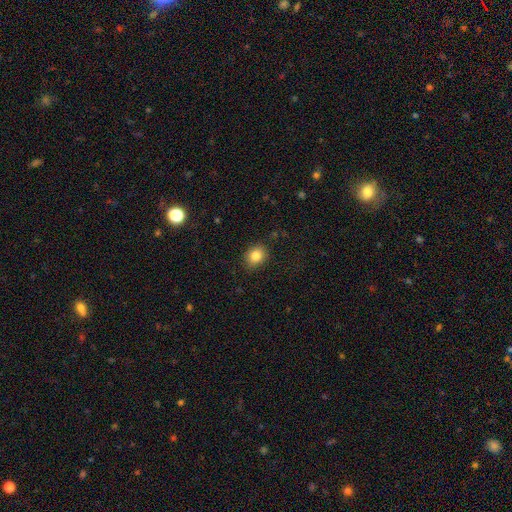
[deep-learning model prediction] A smooth galaxy with no disk features (84%) that is round (56%). Merging: none (87%).